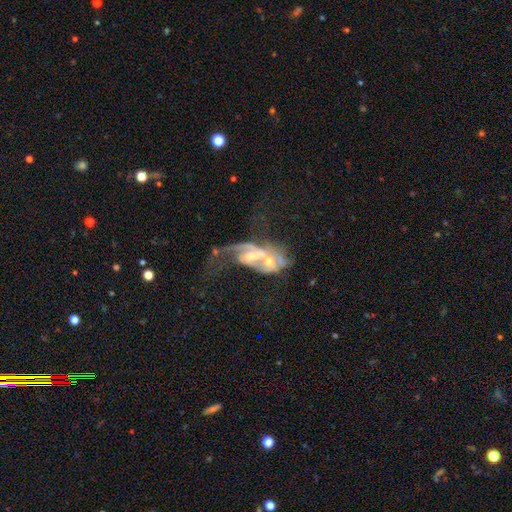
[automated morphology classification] The model was most divided on "bulge size": moderate: 45%, small: 38%, none: 10%, large: 6%, dominant: 2%. Remaining: edge-on disk — no (93%); smooth or featured — featured or disk (74%); spiral arms — yes (72%); merging — merger (61%); bar — no (47%).